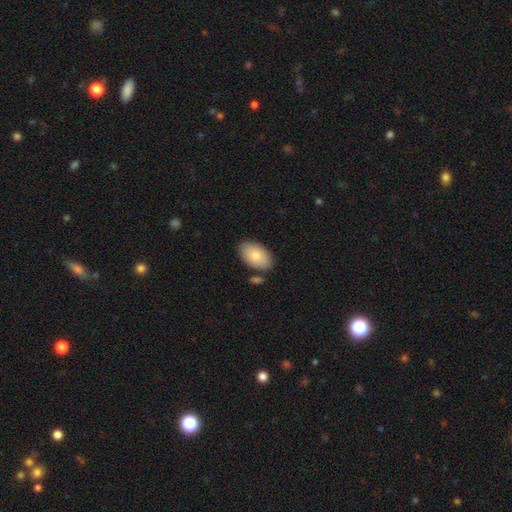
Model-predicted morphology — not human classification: smooth 83%, featured or disk 11%, star or artifact 6%. Down the decision tree: how rounded — in between (94%); merging — none (82%).